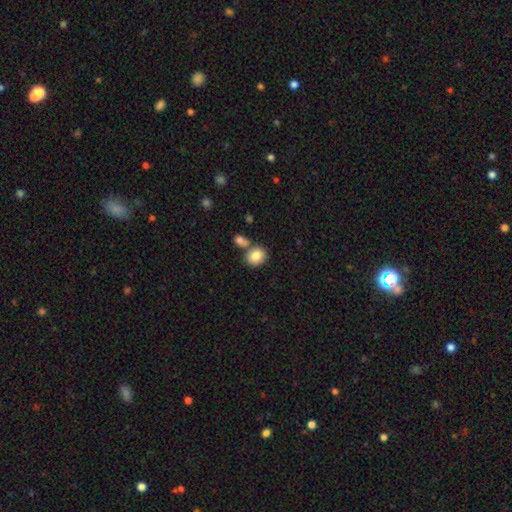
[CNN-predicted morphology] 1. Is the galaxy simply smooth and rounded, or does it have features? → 84% smooth, 8% star or artifact, 8% featured or disk.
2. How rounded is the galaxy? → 54% round, 45% in between, 1% cigar-shaped.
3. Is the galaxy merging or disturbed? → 57% none, 29% merger, 11% minor disturbance, 3% major disturbance.